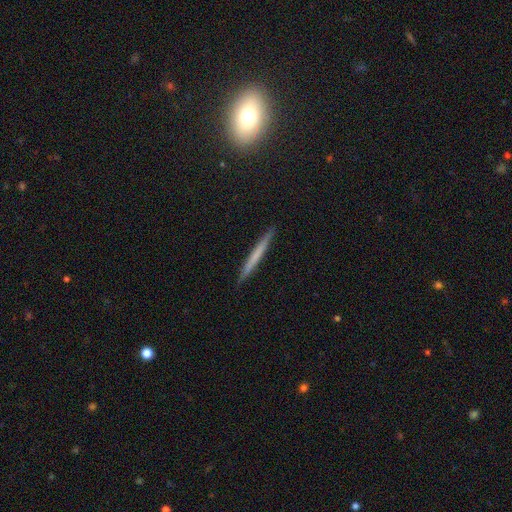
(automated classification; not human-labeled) This is possibly a smooth galaxy (57%). How rounded: clearly cigar-shaped (97%). Merging: clearly none (92%).